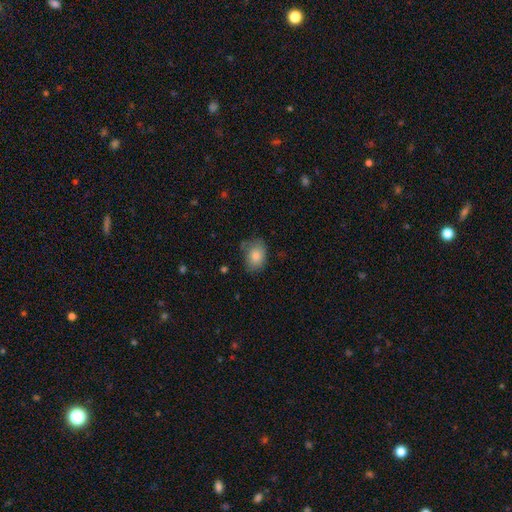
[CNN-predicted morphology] Overall: smooth (82%). How rounded: in between (72%). Merging: none (65%; minor disturbance 26%).